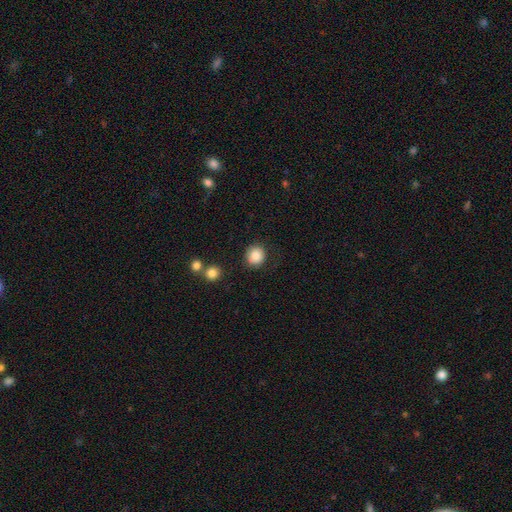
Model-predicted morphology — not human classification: smooth-or-featured: smooth: 87% | star or artifact: 9% | featured or disk: 4%
  how-rounded: round: 87% | in between: 12% | cigar-shaped: 1%
  merging: none: 83% | minor disturbance: 11% | major disturbance: 4% | merger: 2%